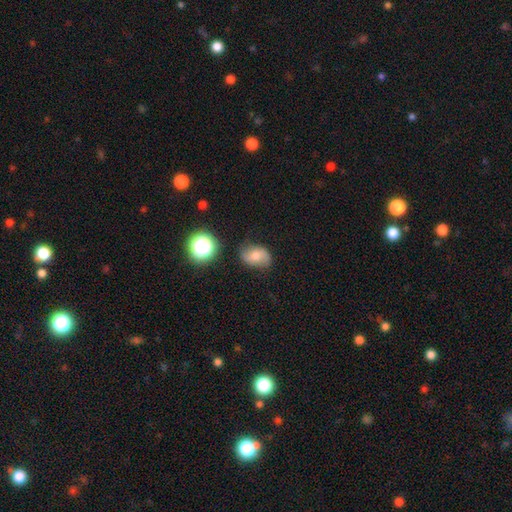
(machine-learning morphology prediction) A smooth galaxy with no disk features (54%) that is in between round and cigar-shaped (71%). Merging: none (72%).